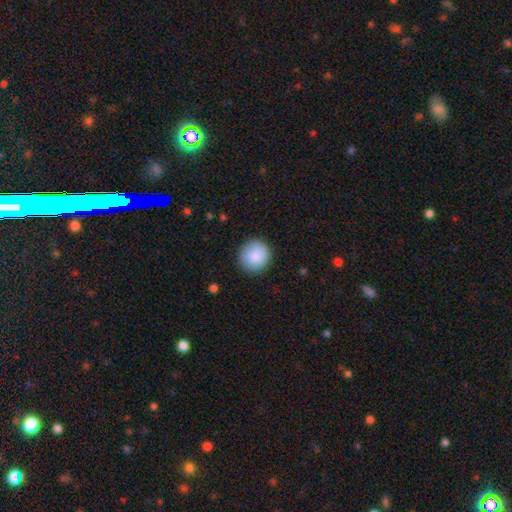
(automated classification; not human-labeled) A smooth galaxy with no disk features (87%) that is round (94%). Merging: none (88%).